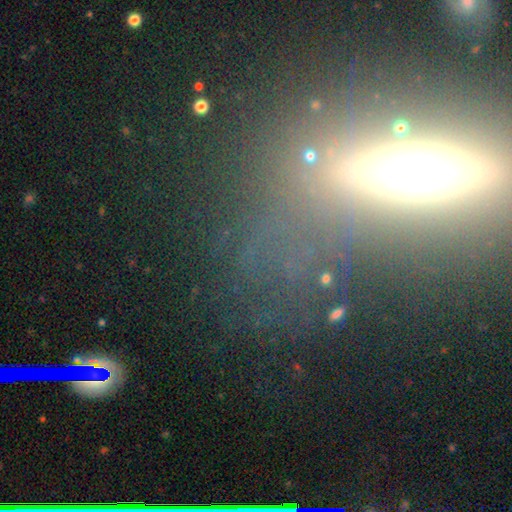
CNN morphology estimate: Smooth or featured? featured or disk (41%)
Merging? none (68%)